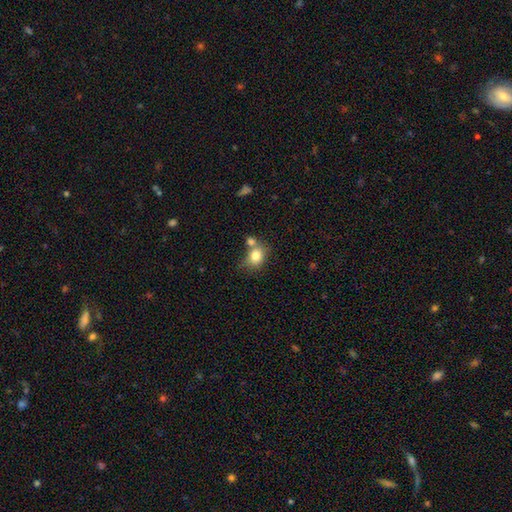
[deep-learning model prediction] smooth-or-featured: smooth: 80% | featured or disk: 10% | star or artifact: 10%
  how-rounded: round: 53% | in between: 46% | cigar-shaped: 1%
  merging: none: 47% | merger: 32% | minor disturbance: 15% | major disturbance: 6%